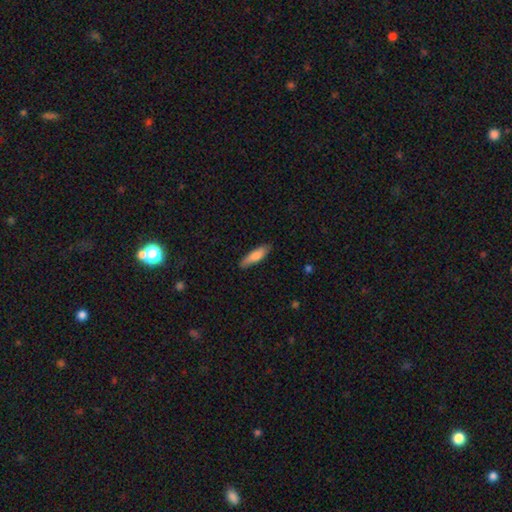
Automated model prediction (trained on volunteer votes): smooth-or-featured: smooth: 74% | featured or disk: 20% | star or artifact: 6%
  how-rounded: cigar-shaped: 66% | in between: 32% | round: 2%
  merging: none: 83% | minor disturbance: 13% | major disturbance: 2% | merger: 1%